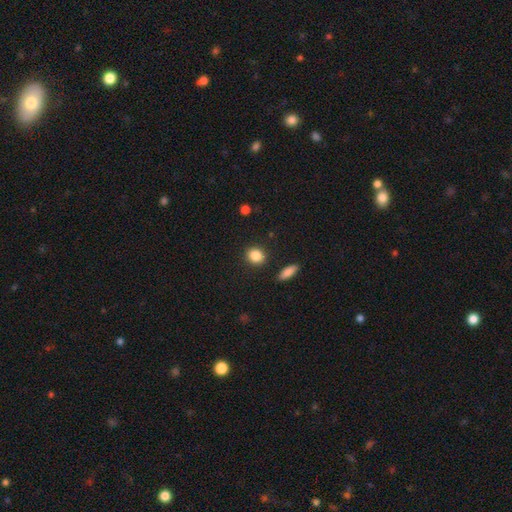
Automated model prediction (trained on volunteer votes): A smooth galaxy with no disk features (87%) that is round (67%). Merging: none (88%).